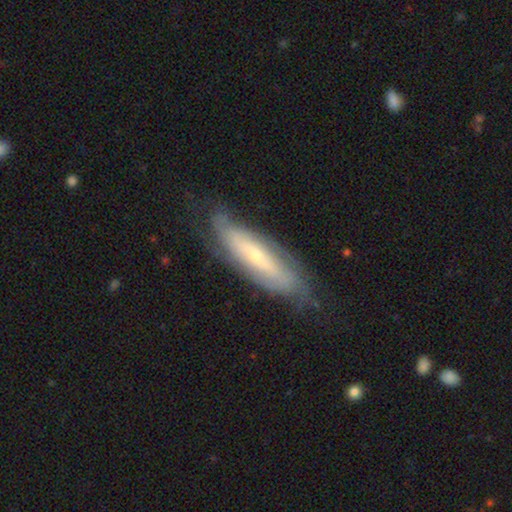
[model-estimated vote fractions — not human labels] A featured or disk galaxy (68%). Merging: none (71%).